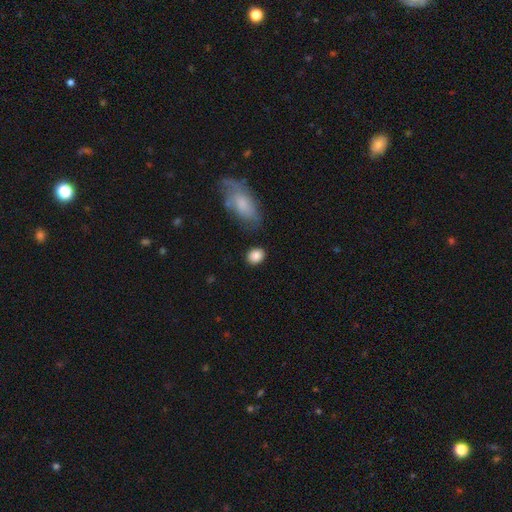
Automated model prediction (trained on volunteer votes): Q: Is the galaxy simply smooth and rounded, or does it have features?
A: smooth — 88%.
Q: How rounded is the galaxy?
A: round — 52%.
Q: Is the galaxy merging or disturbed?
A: none — 81%.